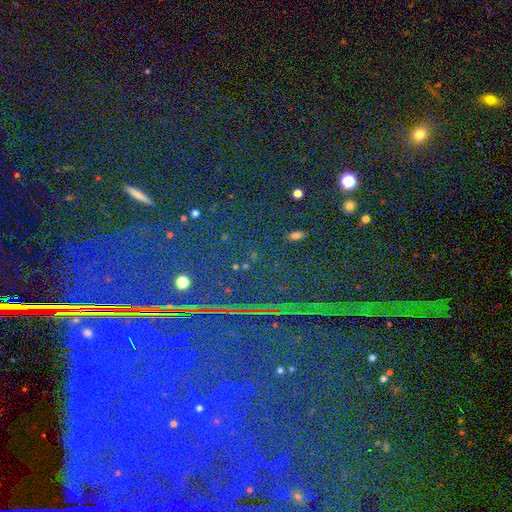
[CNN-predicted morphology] Smooth or featured? star or artifact (85%)